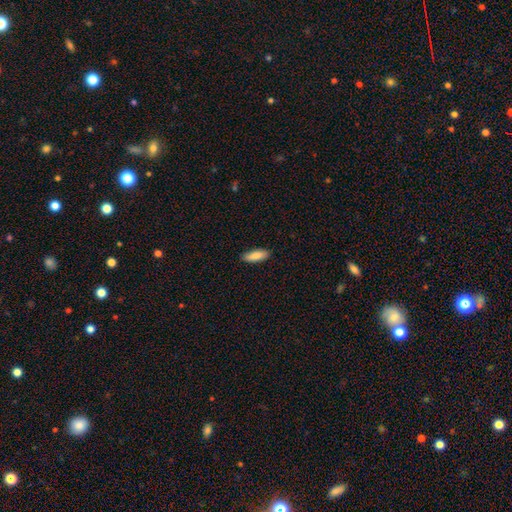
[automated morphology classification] Q: Smooth or featured?
A: smooth (87%); runner-up: featured or disk (7%)
Q: How rounded?
A: in between (63%); runner-up: cigar-shaped (35%)
Q: Merging?
A: none (88%); runner-up: minor disturbance (10%)